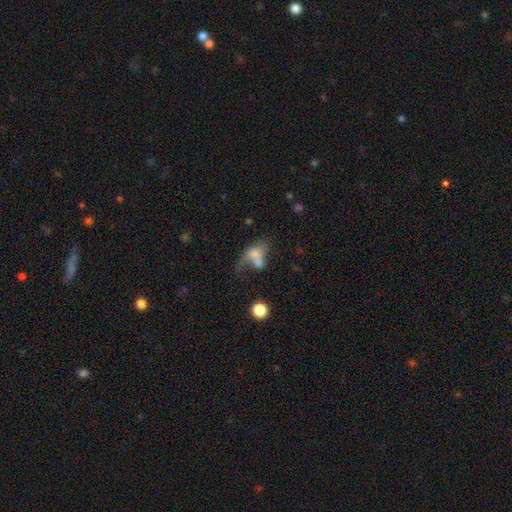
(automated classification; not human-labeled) A smooth galaxy with no disk features (54%) that is in between round and cigar-shaped (73%).

Vote fractions:
- Smooth or featured? smooth: 54% / featured or disk: 35% / star or artifact: 12%
- How rounded? in between: 73% / round: 23% / cigar-shaped: 3%
- Merging? merger: 46% / major disturbance: 26% / none: 17% / minor disturbance: 11%